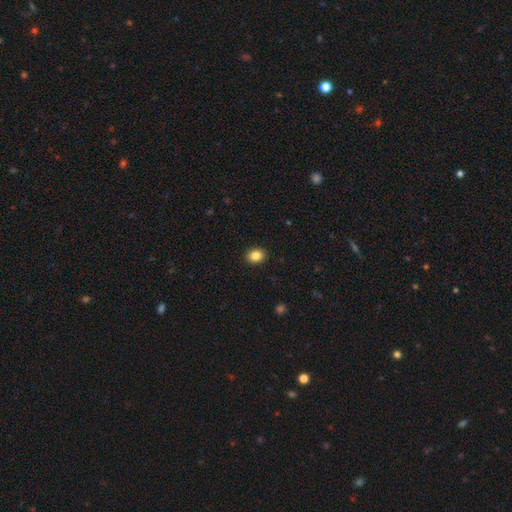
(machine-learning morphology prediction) The model was most divided on "how rounded": in between: 51%, round: 48%, cigar-shaped: 1%. More confident: merging — none (91%); smooth or featured — smooth (85%).